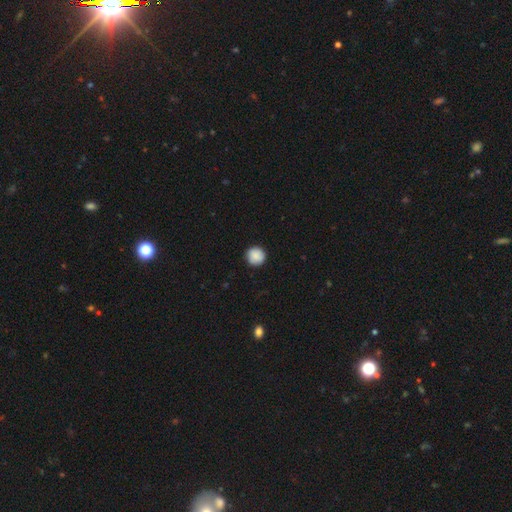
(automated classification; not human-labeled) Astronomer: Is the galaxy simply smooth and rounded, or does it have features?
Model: smooth — 89%.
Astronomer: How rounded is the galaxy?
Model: round — 95%.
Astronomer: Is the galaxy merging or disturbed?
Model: none — 90%.